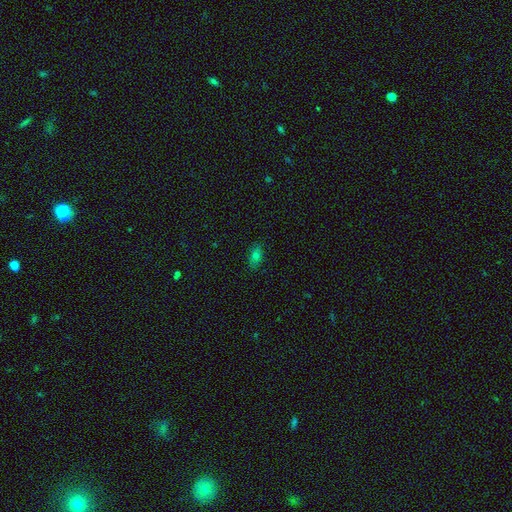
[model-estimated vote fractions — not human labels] A smooth galaxy with no disk features (71%) that is in between round and cigar-shaped (84%). Merging: none (85%).